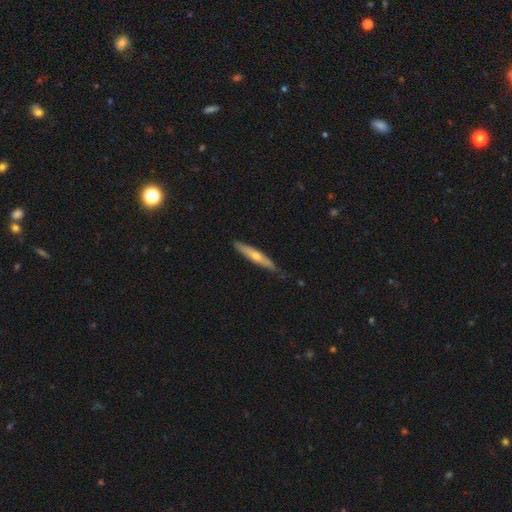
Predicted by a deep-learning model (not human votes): Smooth or featured?
  - smooth: 48% *
  - featured or disk: 47%
  - star or artifact: 6%
Merging?
  - none: 79% *
  - minor disturbance: 17%
  - major disturbance: 2%
  - merger: 1%